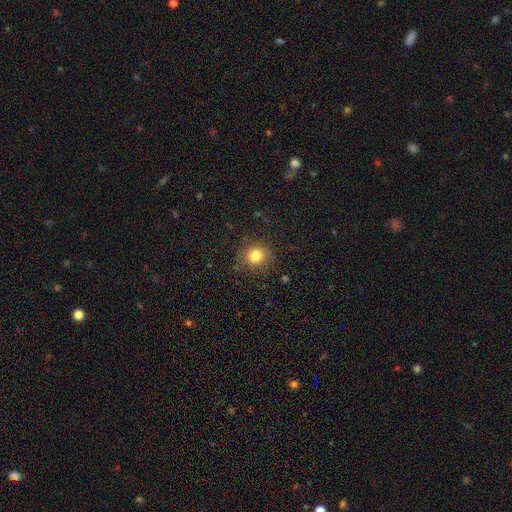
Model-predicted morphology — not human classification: This appears to be a smooth galaxy with no disk features (81%) that is round (86%). Merging: none (84%).